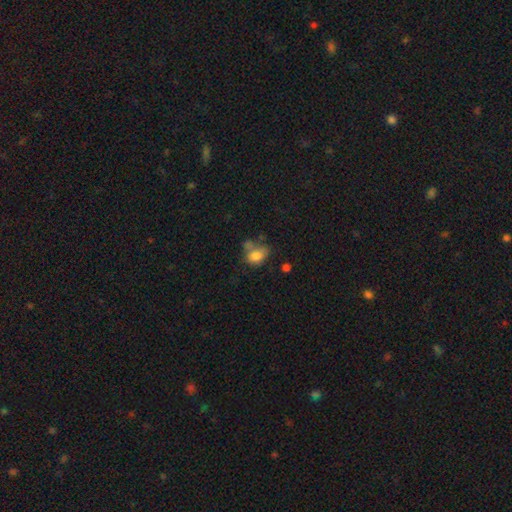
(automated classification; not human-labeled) Smooth or featured? Predicted: smooth (p=0.76). How rounded? Predicted: in between (p=0.65). Merging? Predicted: none (p=0.34).